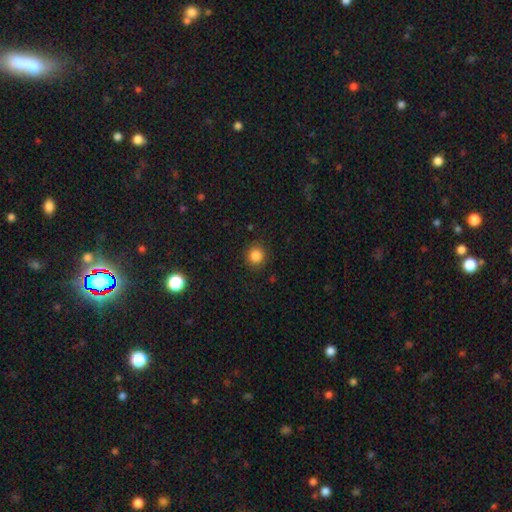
This is clearly a smooth galaxy (82%). How rounded: clearly round (94%). Merging: clearly none (88%).